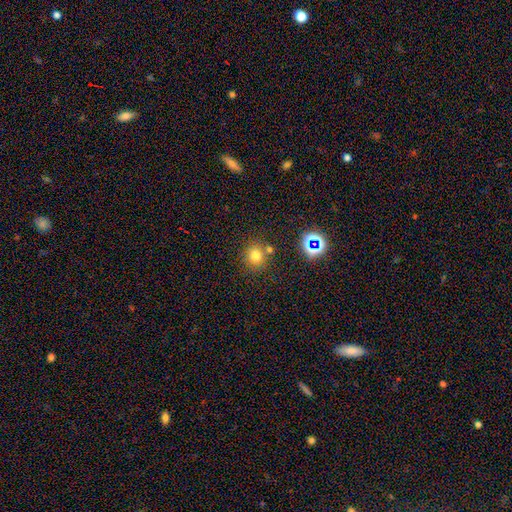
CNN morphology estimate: Smooth or featured?
  - smooth: 73% *
  - star or artifact: 19%
  - featured or disk: 8%
How rounded?
  - round: 86% *
  - in between: 13%
  - cigar-shaped: 1%
Merging?
  - none: 73% *
  - merger: 14%
  - minor disturbance: 10%
  - major disturbance: 4%